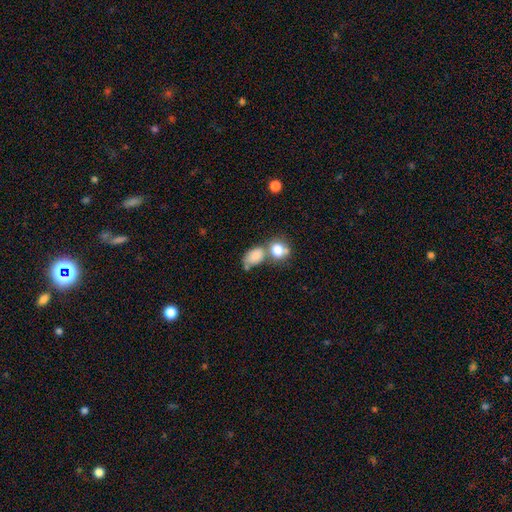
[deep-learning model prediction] The model was most divided on "merging": merger: 43%, none: 32%, minor disturbance: 15%, major disturbance: 9%. More confident: smooth or featured — smooth (79%); how rounded — in between (75%).